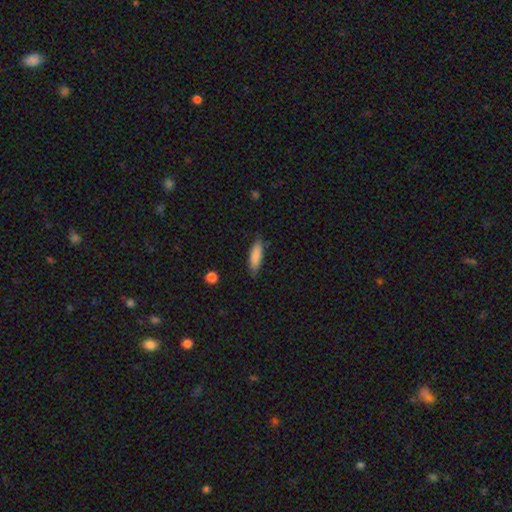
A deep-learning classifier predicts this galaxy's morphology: type=smooth (85%); roundness=cigar-shaped (55%); merging=none (81%).